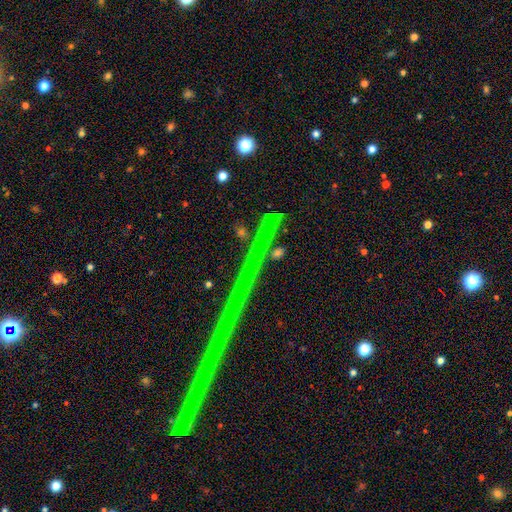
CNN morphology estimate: Q: Smooth or featured?
A: star or artifact (79%); runner-up: featured or disk (14%)